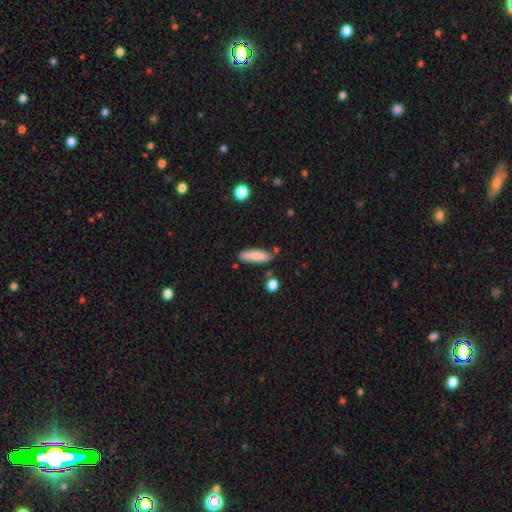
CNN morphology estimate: smooth-or-featured: smooth: 83% | featured or disk: 10% | star or artifact: 6%
  how-rounded: cigar-shaped: 56% | in between: 43% | round: 2%
  merging: none: 80% | minor disturbance: 13% | merger: 4% | major disturbance: 3%